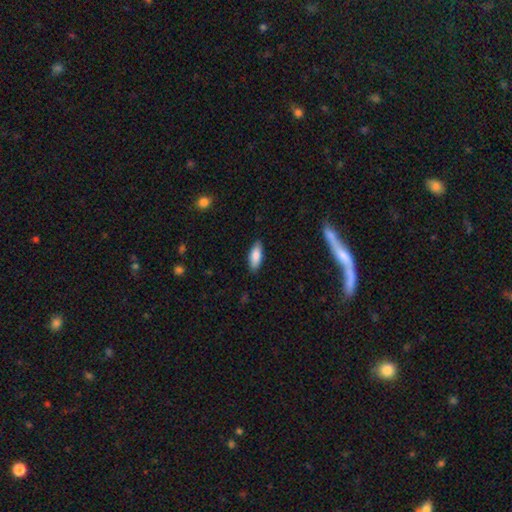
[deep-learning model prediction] A smooth galaxy with no disk features (85%) that is in between round and cigar-shaped (76%).

Vote fractions:
- Smooth or featured? smooth: 85% / featured or disk: 9% / star or artifact: 6%
- How rounded? in between: 76% / cigar-shaped: 22% / round: 2%
- Merging? none: 86% / minor disturbance: 11% / major disturbance: 2% / merger: 1%